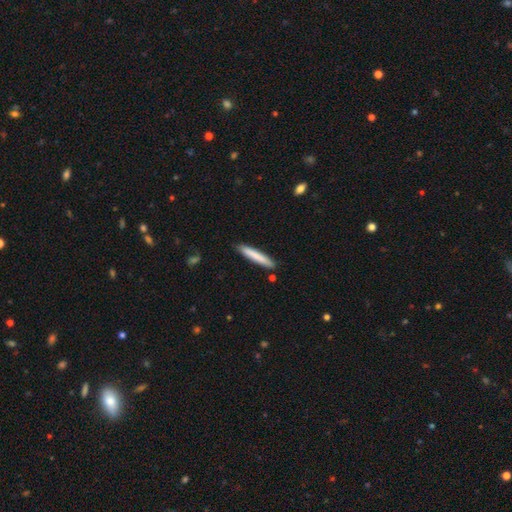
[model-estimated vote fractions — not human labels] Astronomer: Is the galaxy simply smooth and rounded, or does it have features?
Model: smooth — 79%.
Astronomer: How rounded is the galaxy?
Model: cigar-shaped — 94%.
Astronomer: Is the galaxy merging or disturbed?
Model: none — 87%.